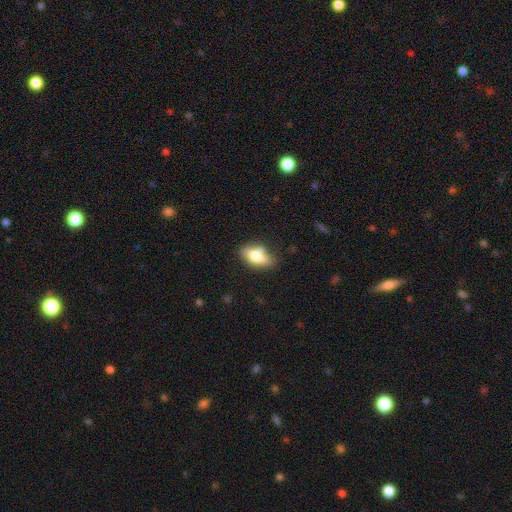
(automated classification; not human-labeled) Smooth or featured? smooth (68%)
How rounded? in between (84%)
Merging? none (57%)